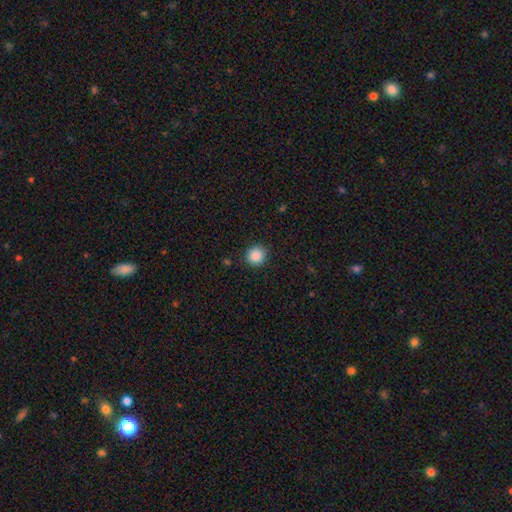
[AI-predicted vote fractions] smooth-or-featured: smooth: 87% | star or artifact: 9% | featured or disk: 3%
  how-rounded: round: 92% | in between: 7% | cigar-shaped: 1%
  merging: none: 90% | minor disturbance: 7% | major disturbance: 2% | merger: 1%